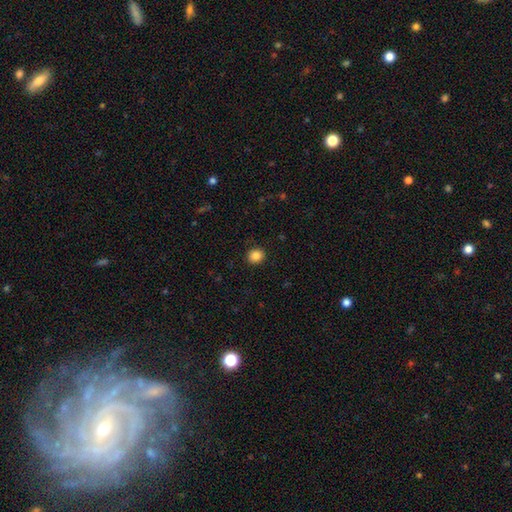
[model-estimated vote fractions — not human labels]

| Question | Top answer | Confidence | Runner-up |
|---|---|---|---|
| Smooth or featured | smooth | 86% | star or artifact (10%) |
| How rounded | round | 81% | in between (18%) |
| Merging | none | 90% | minor disturbance (7%) |